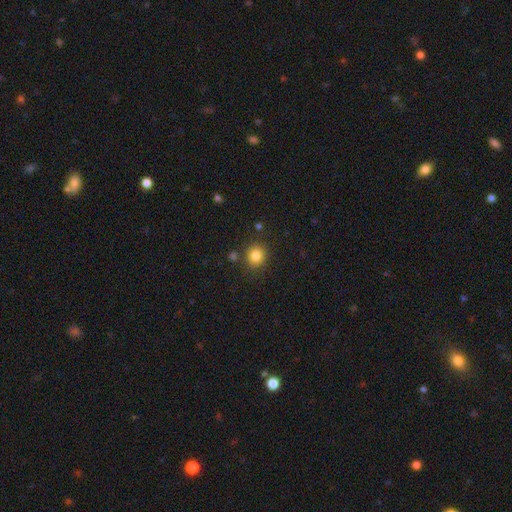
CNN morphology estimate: A smooth galaxy with no disk features (83%) that is round (80%). Merging: none (82%).